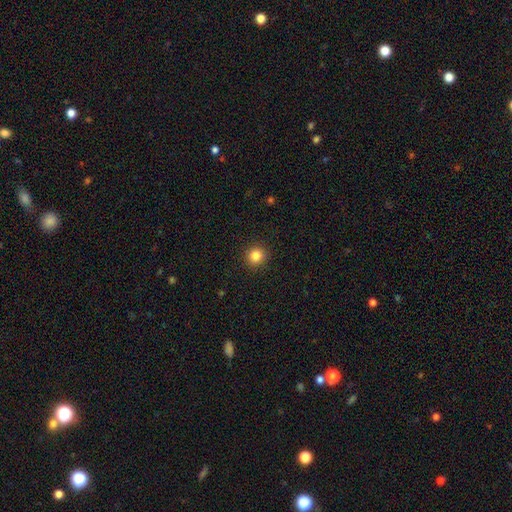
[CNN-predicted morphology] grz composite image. It shows a smooth galaxy with no disk features (84%) that is round (91%). Merging: none (92%).